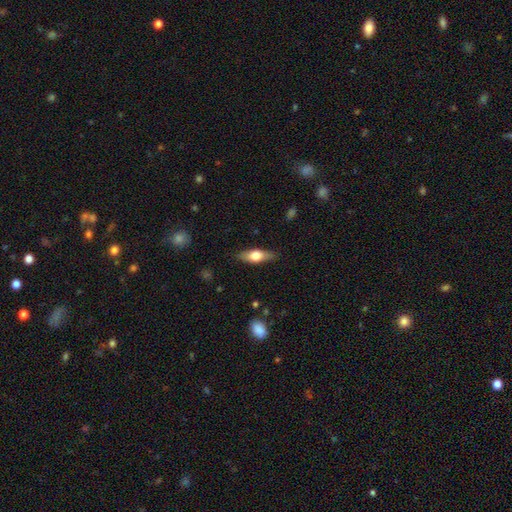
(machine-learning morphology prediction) Smooth or featured? Predicted: smooth (p=0.54). How rounded? Predicted: in between (p=0.58). Merging? Predicted: none (p=0.84).